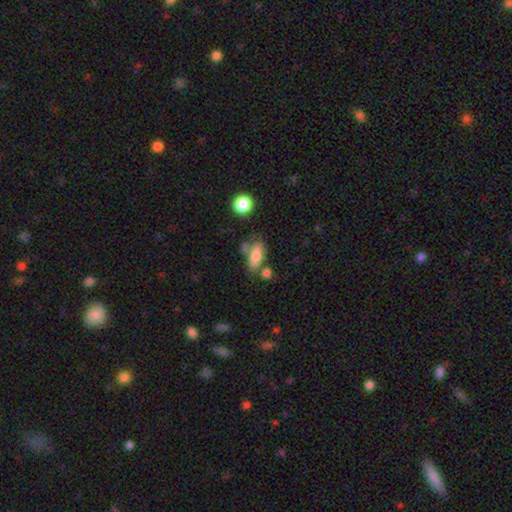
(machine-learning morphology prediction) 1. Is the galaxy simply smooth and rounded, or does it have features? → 78% smooth, 14% featured or disk, 9% star or artifact.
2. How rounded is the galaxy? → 75% in between, 20% cigar-shaped, 5% round.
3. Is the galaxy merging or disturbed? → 54% none, 19% merger, 19% minor disturbance, 8% major disturbance.